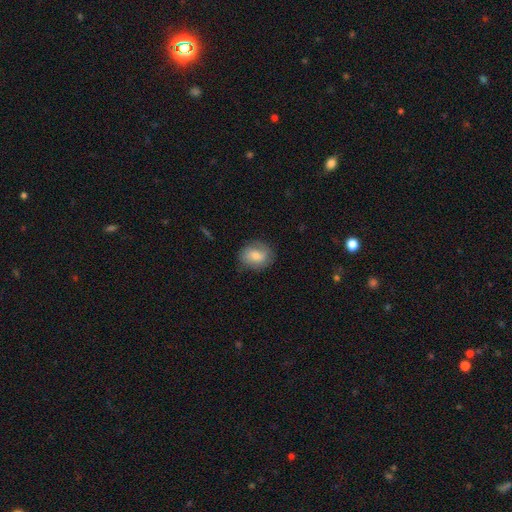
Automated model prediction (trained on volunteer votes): Morphology: type=smooth (74%); roundness=in between (50%); merging=none (78%).